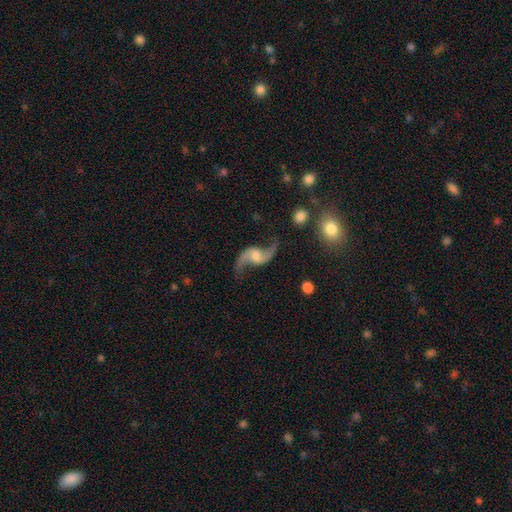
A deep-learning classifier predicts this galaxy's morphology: This appears to be a featured or disk galaxy (91%) with no bar (53%), 2 (95%) loose (92%) spiral arms (97%) and a moderate central bulge (50%). Merging: none (77%).